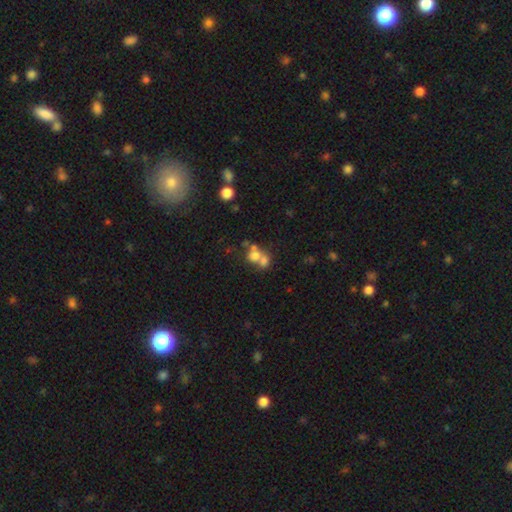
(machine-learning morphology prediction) Smooth or featured? smooth (62%)
How rounded? round (63%)
Merging? merger (61%)